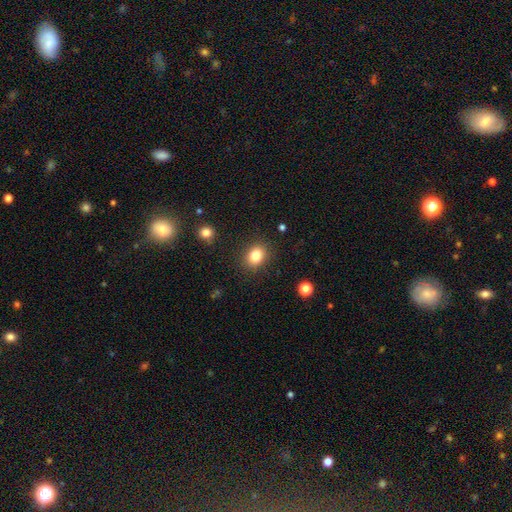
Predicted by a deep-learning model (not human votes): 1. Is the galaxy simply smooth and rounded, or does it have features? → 83% smooth, 11% star or artifact, 7% featured or disk.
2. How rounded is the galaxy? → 51% in between, 48% round, 1% cigar-shaped.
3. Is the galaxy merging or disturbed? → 88% none, 8% minor disturbance, 3% major disturbance, 1% merger.